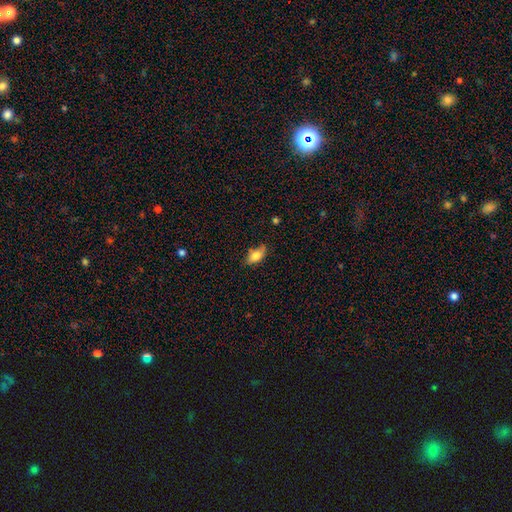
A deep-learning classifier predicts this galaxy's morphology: This appears to be a smooth galaxy with no disk features (75%) that is in between round and cigar-shaped (86%). Merging: none (66%).